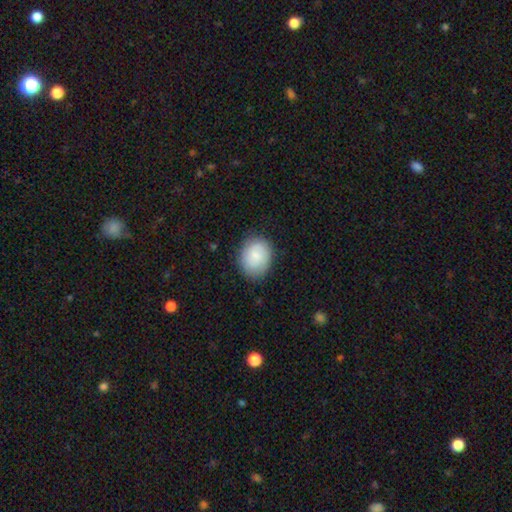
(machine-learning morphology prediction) This appears to be a smooth galaxy with no disk features (76%) that is round (53%). Merging: none (81%).